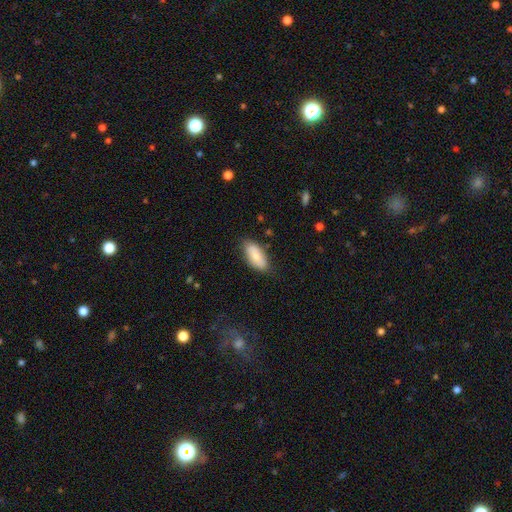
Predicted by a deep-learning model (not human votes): Q: Smooth or featured?
A: smooth (79%); runner-up: featured or disk (15%)
Q: How rounded?
A: in between (87%); runner-up: cigar-shaped (10%)
Q: Merging?
A: none (79%); runner-up: minor disturbance (16%)